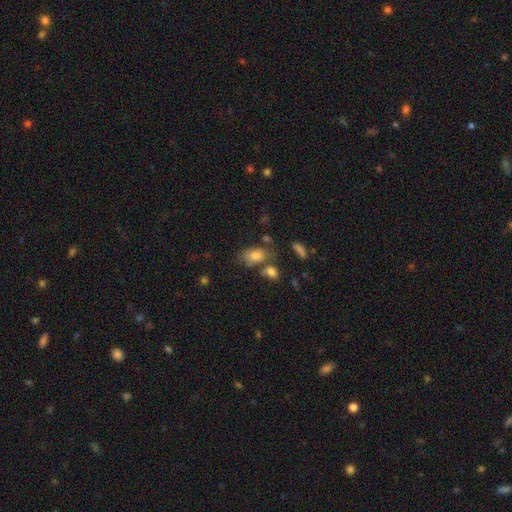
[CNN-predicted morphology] The model was most divided on "merging": none: 51%, merger: 23%, minor disturbance: 18%, major disturbance: 8%. More confident: how rounded — in between (88%); smooth or featured — smooth (79%).